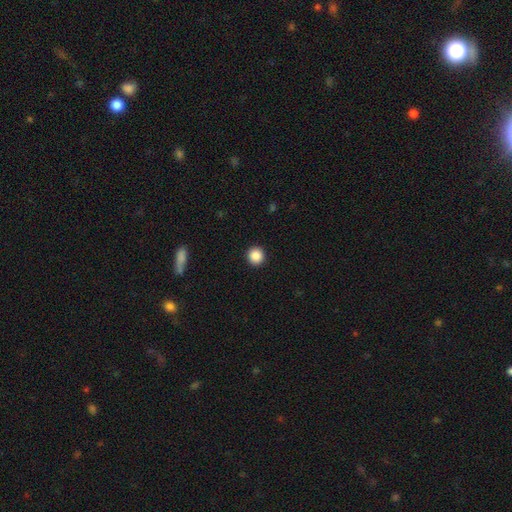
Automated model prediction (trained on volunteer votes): Smooth or featured? Predicted: smooth (p=0.88). How rounded? Predicted: round (p=0.95). Merging? Predicted: none (p=0.93).